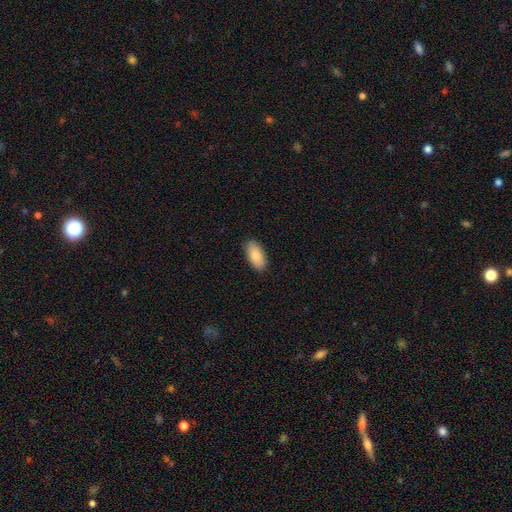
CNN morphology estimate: Smooth or featured? Predicted: smooth (p=0.88). How rounded? Predicted: in between (p=0.93). Merging? Predicted: none (p=0.89).